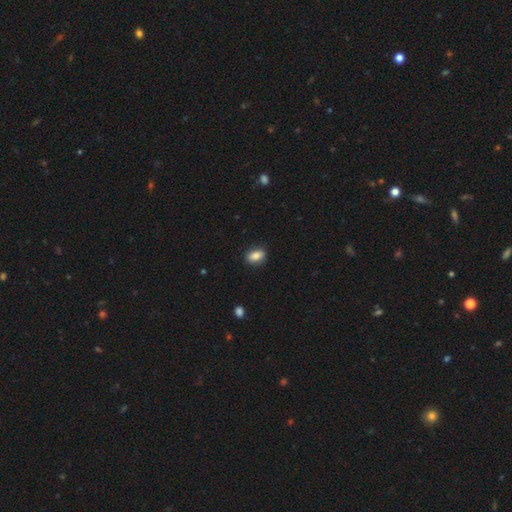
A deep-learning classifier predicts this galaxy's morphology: Smooth or featured?
  - smooth: 83% *
  - featured or disk: 9%
  - star or artifact: 8%
How rounded?
  - in between: 83% *
  - round: 13%
  - cigar-shaped: 4%
Merging?
  - none: 86% *
  - minor disturbance: 11%
  - major disturbance: 2%
  - merger: 1%